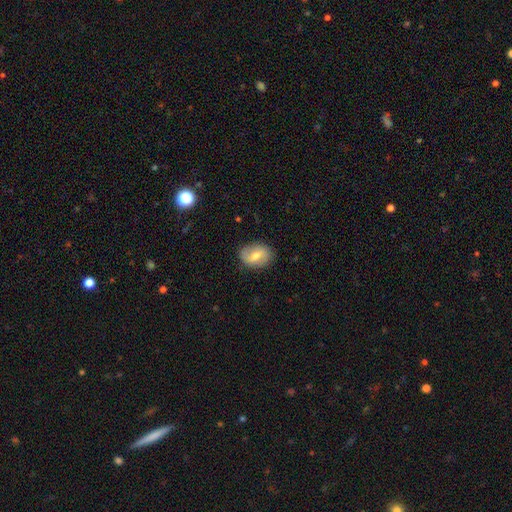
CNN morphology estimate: Smooth or featured? smooth (49%)
Merging? none (82%)